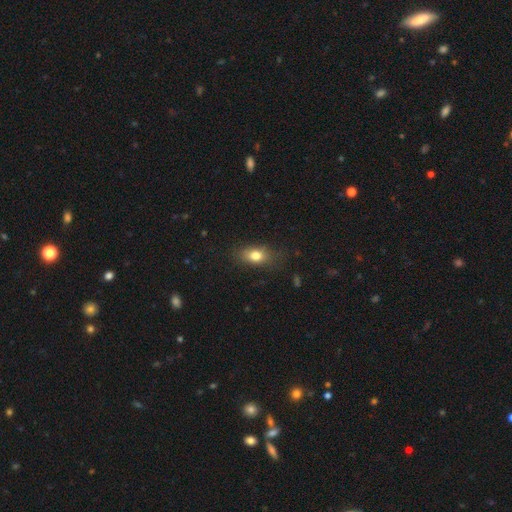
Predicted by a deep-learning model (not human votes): Smooth or featured?
  - smooth: 79% *
  - featured or disk: 12%
  - star or artifact: 10%
How rounded?
  - in between: 78% *
  - round: 17%
  - cigar-shaped: 5%
Merging?
  - none: 73% *
  - minor disturbance: 19%
  - major disturbance: 6%
  - merger: 1%